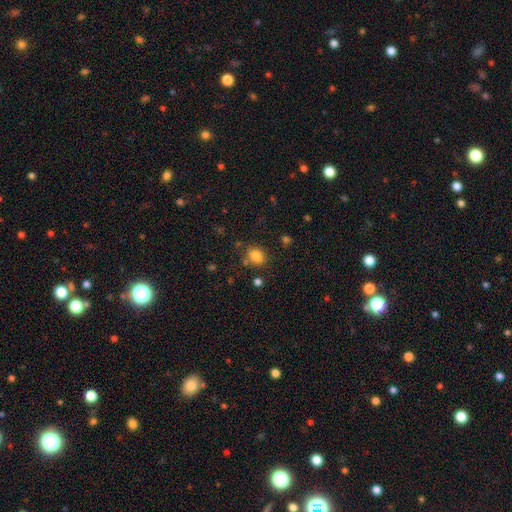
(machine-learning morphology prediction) This is clearly a smooth galaxy (82%). How rounded: possibly in between (50%). Merging: likely none (74%).